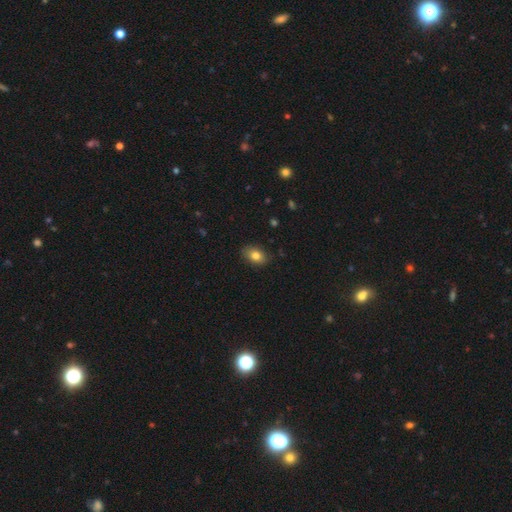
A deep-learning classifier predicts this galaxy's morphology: A smooth galaxy with no disk features (81%) that is in between round and cigar-shaped (81%).

Vote fractions:
- Smooth or featured? smooth: 81% / featured or disk: 10% / star or artifact: 9%
- How rounded? in between: 81% / round: 17% / cigar-shaped: 1%
- Merging? none: 85% / minor disturbance: 12% / major disturbance: 2% / merger: 1%